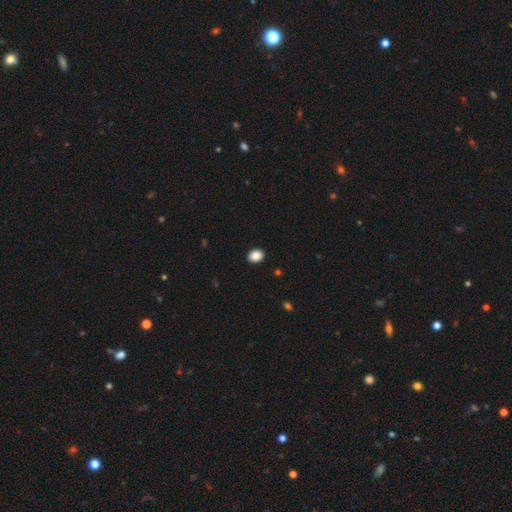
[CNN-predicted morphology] Overall: smooth (87%). How rounded: round (53%; in between 46%). Merging: none (92%).